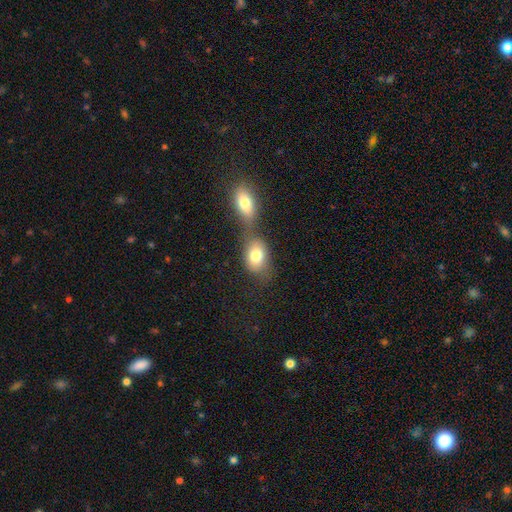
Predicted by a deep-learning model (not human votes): smooth-or-featured: smooth: 78% | featured or disk: 13% | star or artifact: 9%
  how-rounded: in between: 73% | round: 25% | cigar-shaped: 2%
  merging: merger: 54% | none: 32% | minor disturbance: 9% | major disturbance: 5%